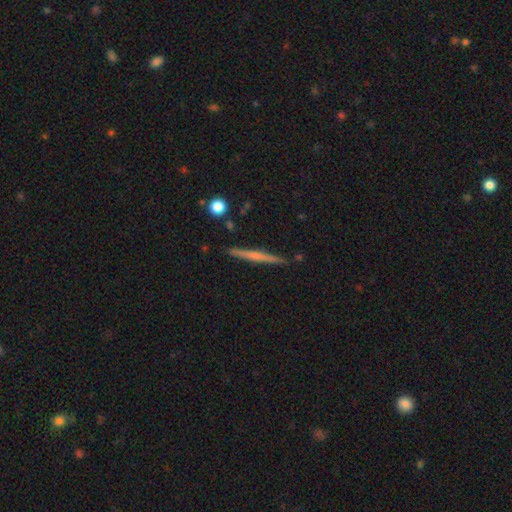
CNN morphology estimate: A featured or disk galaxy (54%) viewed edge-on (98%) with no central bulge (66%). Merging: none (90%).